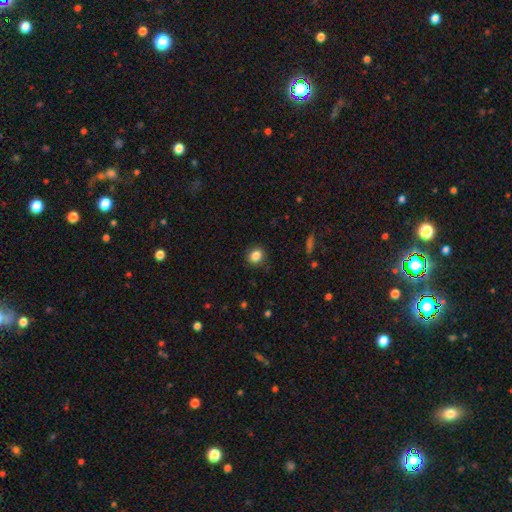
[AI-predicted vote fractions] smooth 85%, star or artifact 10%, featured or disk 5%. Down the decision tree: how rounded — round (65%); merging — none (86%).